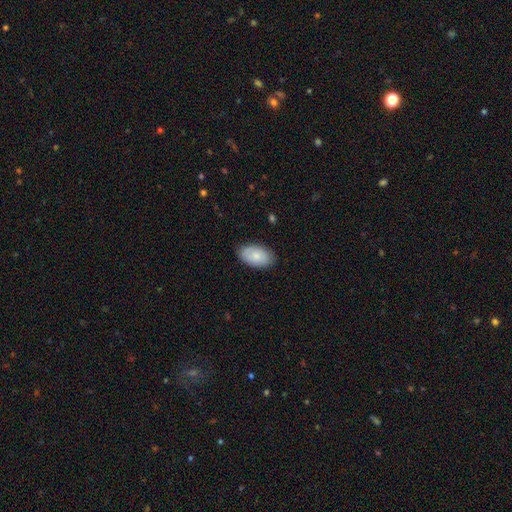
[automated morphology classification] smooth 81%, featured or disk 13%, star or artifact 6%. Down the decision tree: how rounded — in between (94%); merging — none (85%).